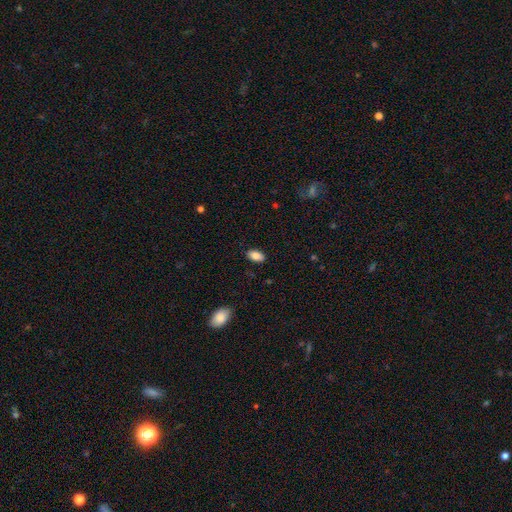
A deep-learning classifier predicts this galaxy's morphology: Smooth or featured: smooth — 83% (featured or disk — 9%)
How rounded: in between — 92% (round — 5%)
Merging: none — 88% (minor disturbance — 9%)